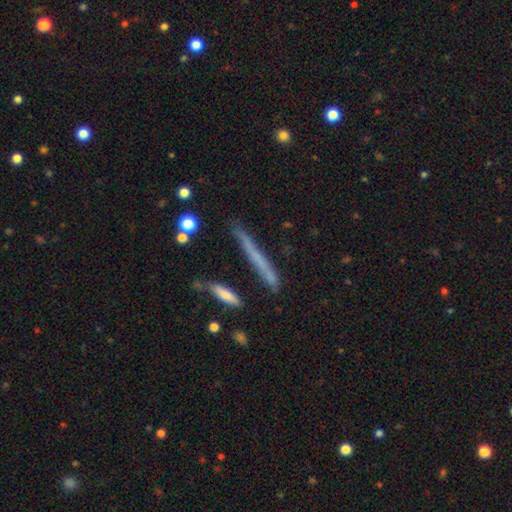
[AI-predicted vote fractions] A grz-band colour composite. It shows a smooth galaxy with no disk features (51%) that is cigar-shaped (95%). Merging: none (76%).